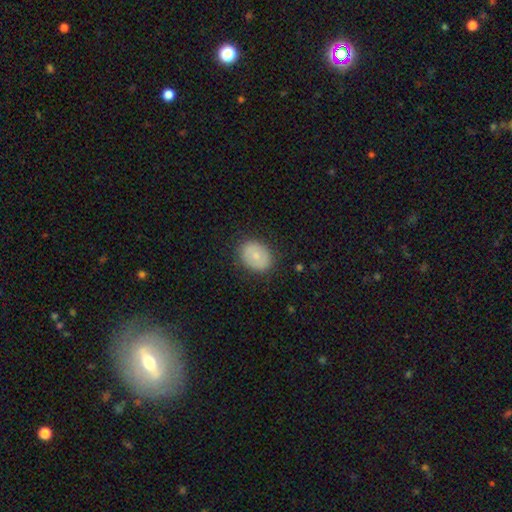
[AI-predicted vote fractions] This appears to be a smooth galaxy with no disk features (72%) that is in between round and cigar-shaped (57%). Merging: none (85%).